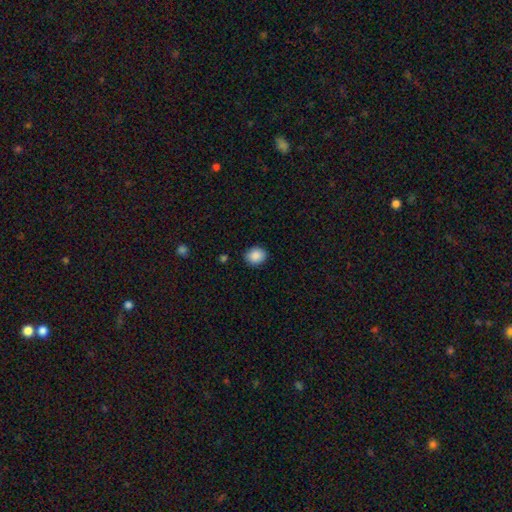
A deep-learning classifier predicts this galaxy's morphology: Smooth or featured? Predicted: smooth (p=0.88). How rounded? Predicted: round (p=0.70). Merging? Predicted: none (p=0.88).